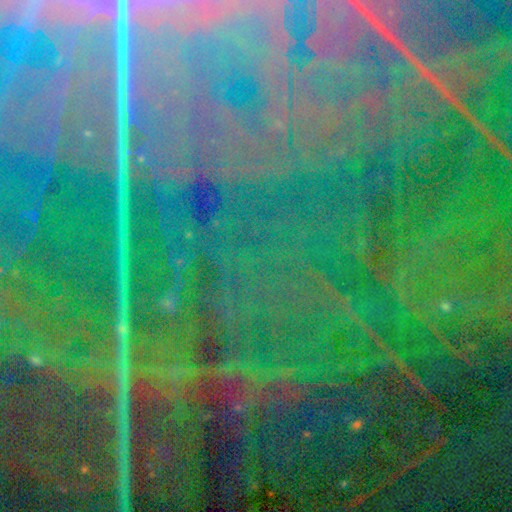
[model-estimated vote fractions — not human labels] Smooth or featured? Predicted: star or artifact (p=0.87).